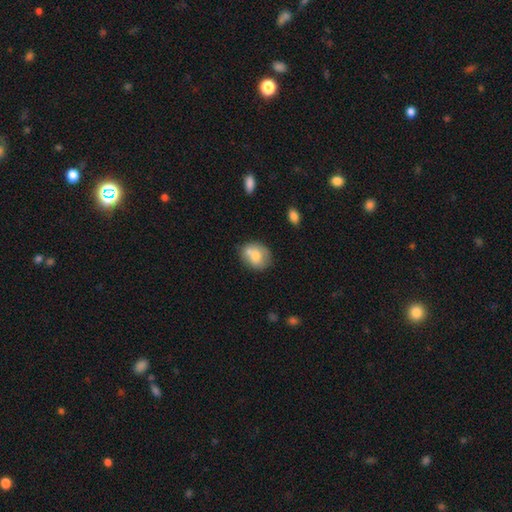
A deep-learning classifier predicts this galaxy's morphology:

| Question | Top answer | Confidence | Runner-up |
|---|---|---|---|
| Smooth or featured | smooth | 70% | featured or disk (22%) |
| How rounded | round | 63% | in between (36%) |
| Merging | none | 49% | merger (29%) |